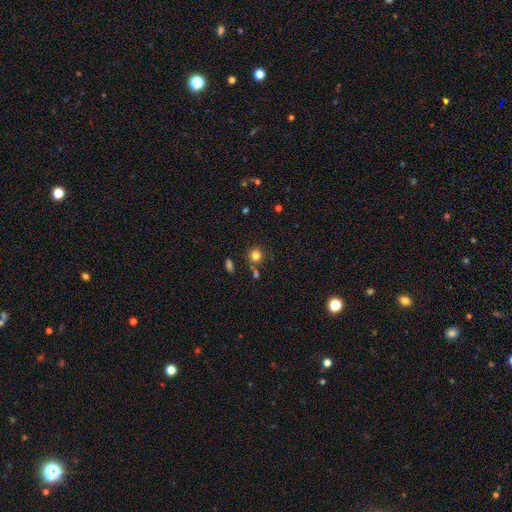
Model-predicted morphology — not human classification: This appears to be a smooth galaxy with no disk features (81%) that is round (88%). Merging: none (77%).